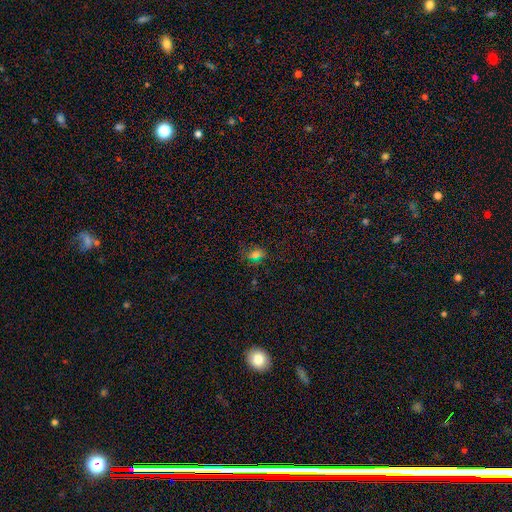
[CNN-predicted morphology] The model was most divided on "how rounded": in between: 56%, round: 40%, cigar-shaped: 4%. More confident: merging — none (72%); smooth or featured — smooth (55%).